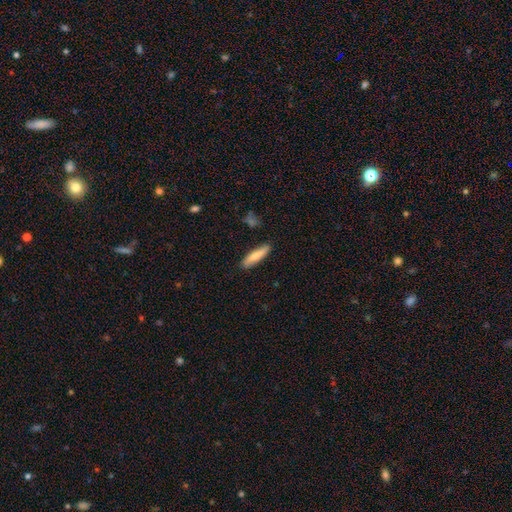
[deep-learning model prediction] A smooth galaxy with no disk features (77%) that is cigar-shaped (73%).

Vote fractions:
- Smooth or featured? smooth: 77% / featured or disk: 17% / star or artifact: 6%
- How rounded? cigar-shaped: 73% / in between: 26% / round: 2%
- Merging? none: 84% / minor disturbance: 12% / major disturbance: 2% / merger: 2%